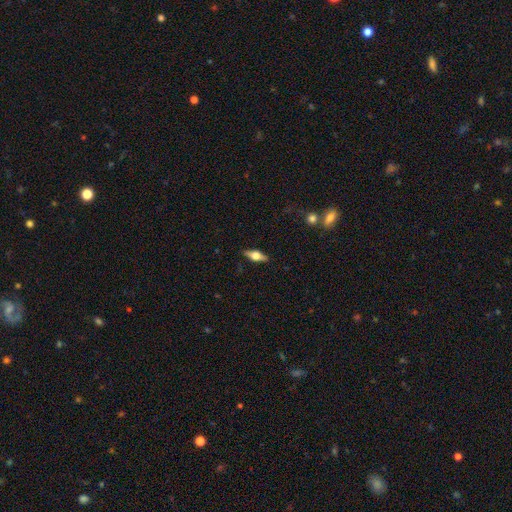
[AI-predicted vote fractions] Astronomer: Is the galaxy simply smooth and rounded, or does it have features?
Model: featured or disk — 60%.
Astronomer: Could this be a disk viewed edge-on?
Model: yes — 94%.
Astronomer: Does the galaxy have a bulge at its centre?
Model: rounded — 93%.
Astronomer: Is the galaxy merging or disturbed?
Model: none — 88%.